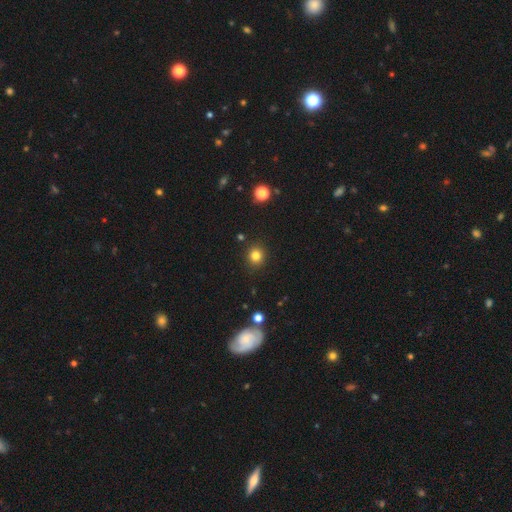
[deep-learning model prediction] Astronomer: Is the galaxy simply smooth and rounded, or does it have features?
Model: smooth — 81%.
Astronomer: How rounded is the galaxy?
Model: round — 87%.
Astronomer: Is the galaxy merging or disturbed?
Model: none — 89%.